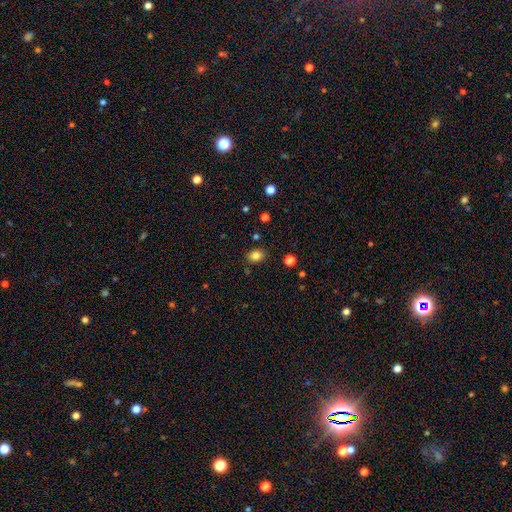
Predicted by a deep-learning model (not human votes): smooth 83%, star or artifact 11%, featured or disk 6%. Down the decision tree: how rounded — in between (64%); merging — none (84%).